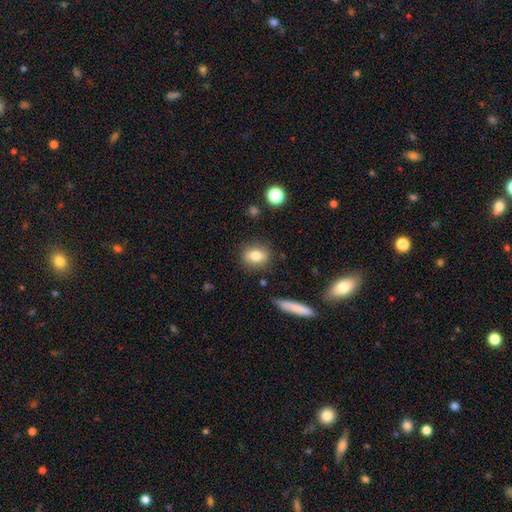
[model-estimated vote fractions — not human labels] This is likely a smooth galaxy (76%). How rounded: likely in between (60%). Merging: clearly none (84%).